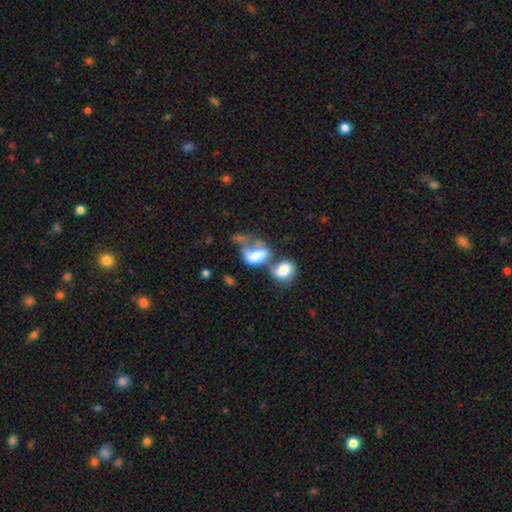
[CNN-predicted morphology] This appears to be a smooth galaxy with no disk features (58%) that is in between round and cigar-shaped (79%). Merging: merger (61%).